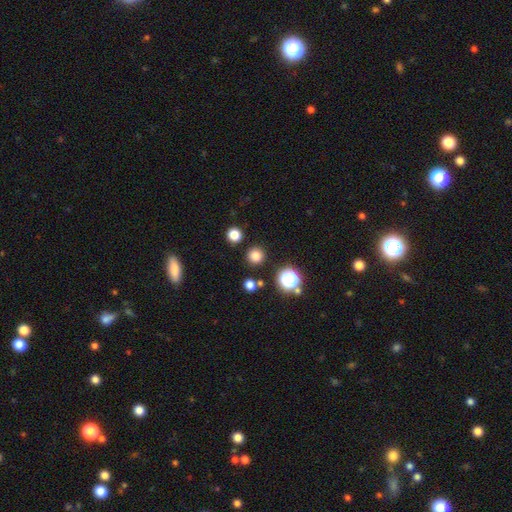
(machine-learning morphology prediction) Smooth or featured: smooth — 78% (star or artifact — 18%)
How rounded: round — 94% (in between — 5%)
Merging: none — 89% (minor disturbance — 6%)